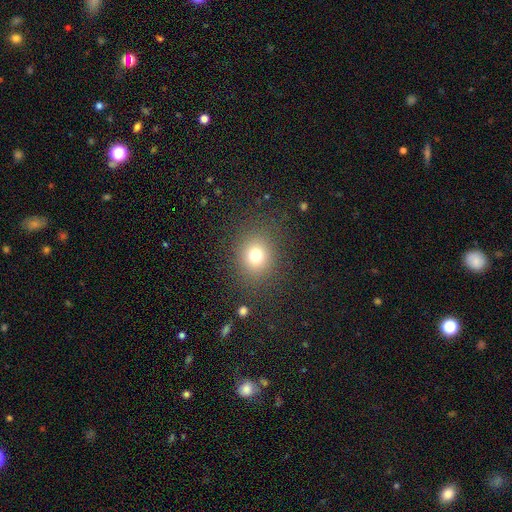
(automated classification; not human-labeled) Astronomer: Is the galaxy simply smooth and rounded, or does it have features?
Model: smooth — 75%.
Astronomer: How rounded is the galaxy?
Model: round — 74%.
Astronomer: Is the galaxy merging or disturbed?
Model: none — 85%.